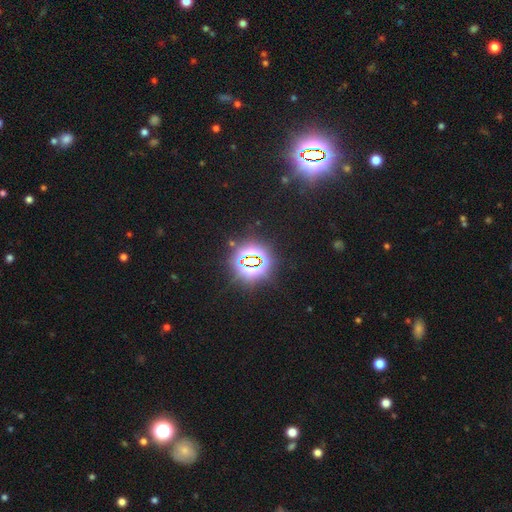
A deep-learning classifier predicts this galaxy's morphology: A star or artifact, not a galaxy (80%).